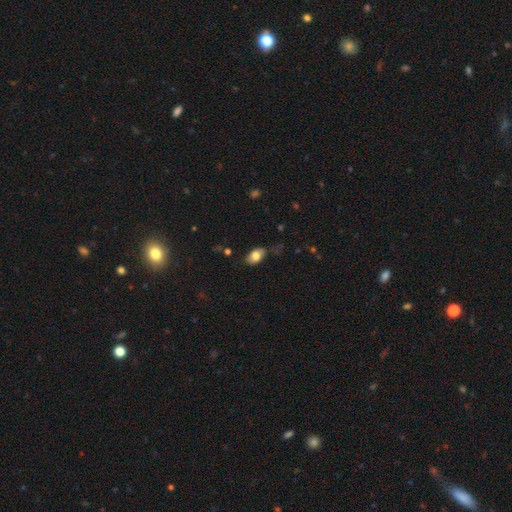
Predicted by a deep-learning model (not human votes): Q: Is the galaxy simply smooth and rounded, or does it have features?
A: smooth — 79%.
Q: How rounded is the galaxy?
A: in between — 89%.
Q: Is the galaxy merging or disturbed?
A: none — 67%.